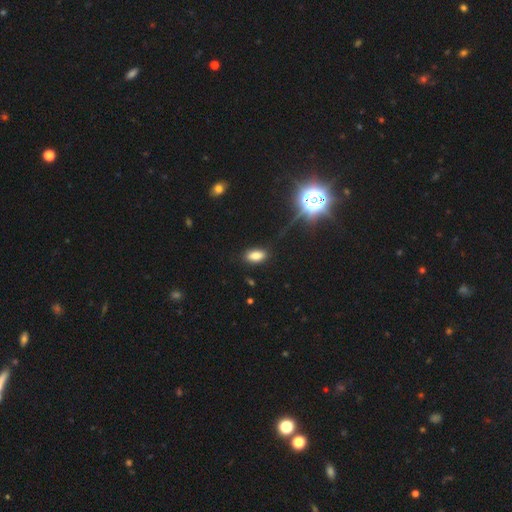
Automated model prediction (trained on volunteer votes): Smooth or featured: smooth — 80% (star or artifact — 13%)
How rounded: in between — 90% (cigar-shaped — 6%)
Merging: none — 86% (minor disturbance — 10%)